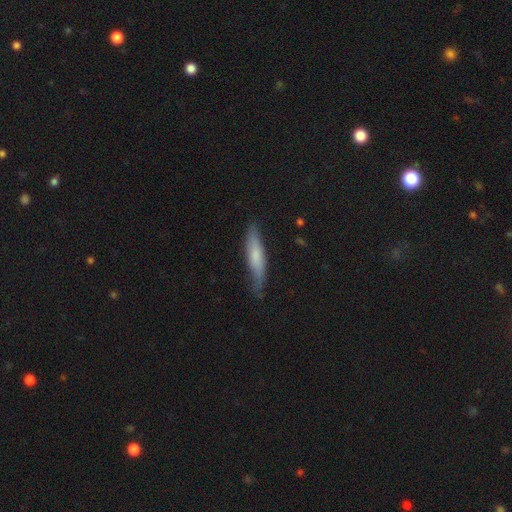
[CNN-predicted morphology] smooth 64%, featured or disk 30%, star or artifact 6%. Down the decision tree: how rounded — cigar-shaped (81%); merging — none (69%).